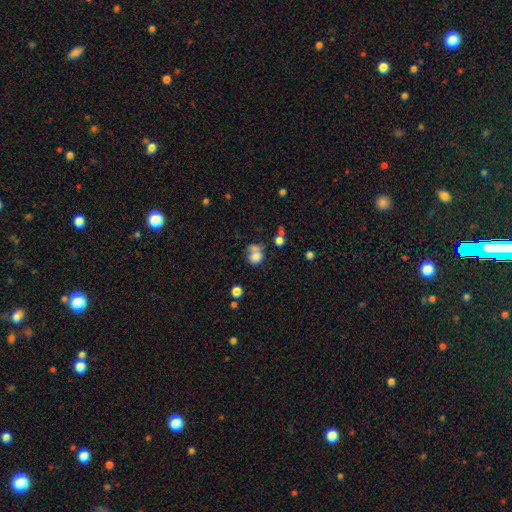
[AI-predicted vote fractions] The model was most divided on "merging": merger: 37%, none: 33%, minor disturbance: 16%, major disturbance: 13%. More confident: smooth or featured — smooth (75%); how rounded — round (65%).